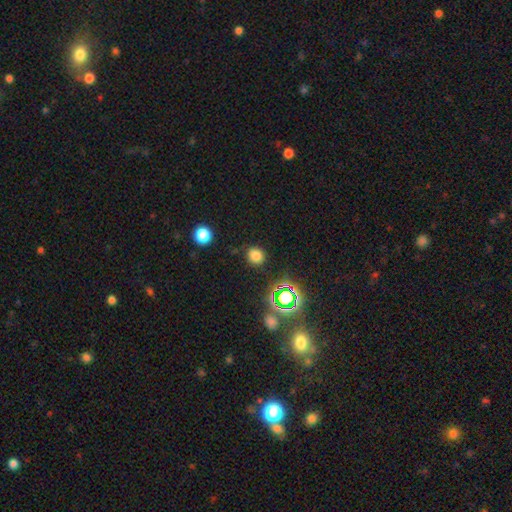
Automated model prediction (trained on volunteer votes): Q: Smooth or featured?
A: smooth (74%); runner-up: star or artifact (21%)
Q: How rounded?
A: round (82%); runner-up: in between (16%)
Q: Merging?
A: none (85%); runner-up: minor disturbance (9%)